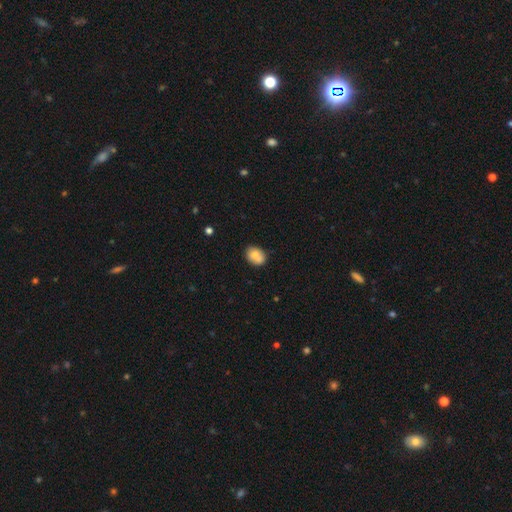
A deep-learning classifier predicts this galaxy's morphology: A smooth galaxy with no disk features (77%) that is in between round and cigar-shaped (61%).

Vote fractions:
- Smooth or featured? smooth: 77% / featured or disk: 15% / star or artifact: 8%
- How rounded? in between: 61% / round: 38% / cigar-shaped: 1%
- Merging? none: 56% / merger: 22% / minor disturbance: 17% / major disturbance: 4%